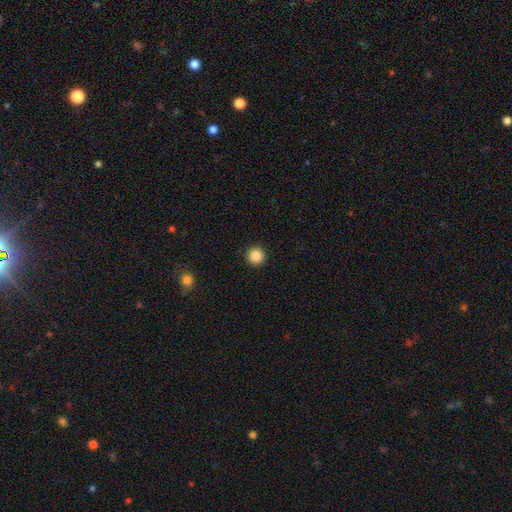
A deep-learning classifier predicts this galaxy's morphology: Q: Smooth or featured?
A: smooth (87%); runner-up: star or artifact (10%)
Q: How rounded?
A: round (96%); runner-up: in between (3%)
Q: Merging?
A: none (93%); runner-up: minor disturbance (4%)